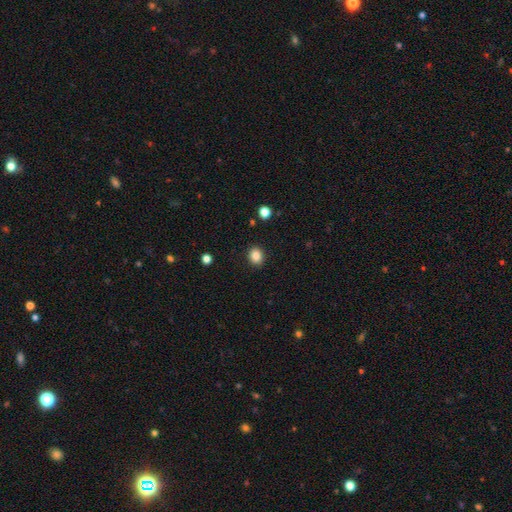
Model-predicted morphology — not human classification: The model was most divided on "how rounded": round: 64%, in between: 35%, cigar-shaped: 1%. More confident: merging — none (91%); smooth or featured — smooth (86%).